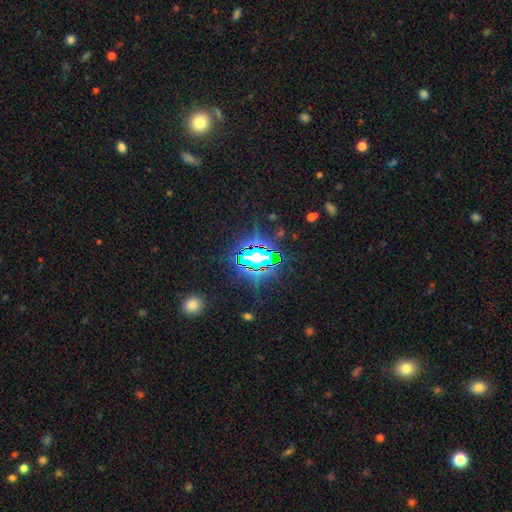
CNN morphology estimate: smooth-or-featured: star or artifact: 82% | smooth: 10% | featured or disk: 8%